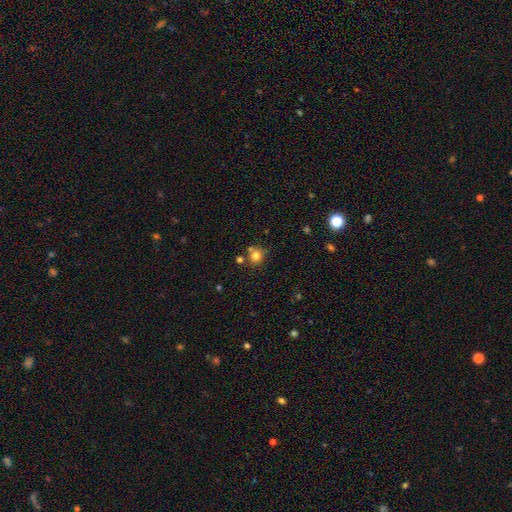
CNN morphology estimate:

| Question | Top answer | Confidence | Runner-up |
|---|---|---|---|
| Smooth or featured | smooth | 77% | star or artifact (14%) |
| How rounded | round | 86% | in between (13%) |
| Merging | none | 66% | merger (17%) |